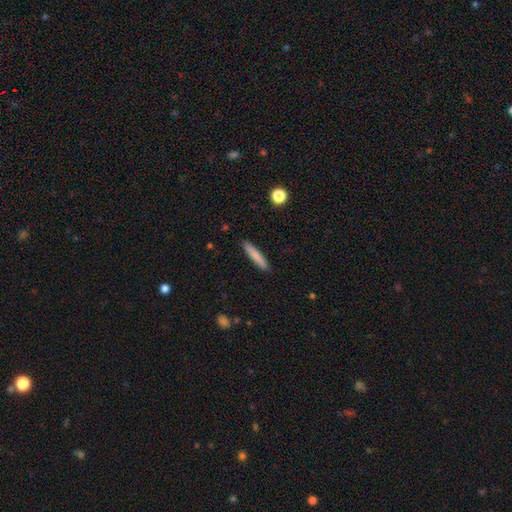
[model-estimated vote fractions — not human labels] Smooth or featured: smooth — 77% (featured or disk — 17%)
How rounded: cigar-shaped — 92% (in between — 7%)
Merging: none — 90% (minor disturbance — 7%)